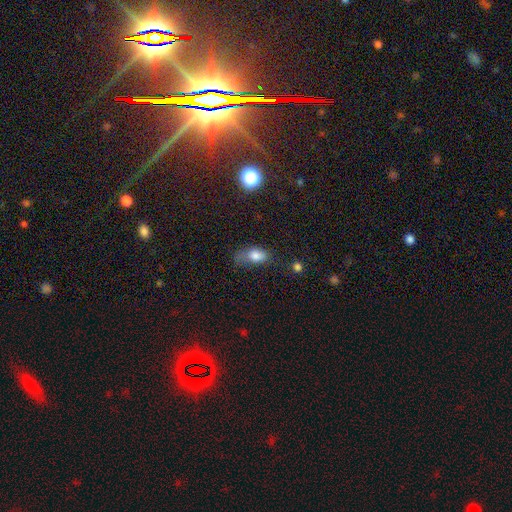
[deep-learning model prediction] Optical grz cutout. It shows a smooth galaxy with no disk features (77%) that is in between round and cigar-shaped (83%). Merging: minor disturbance (34%).